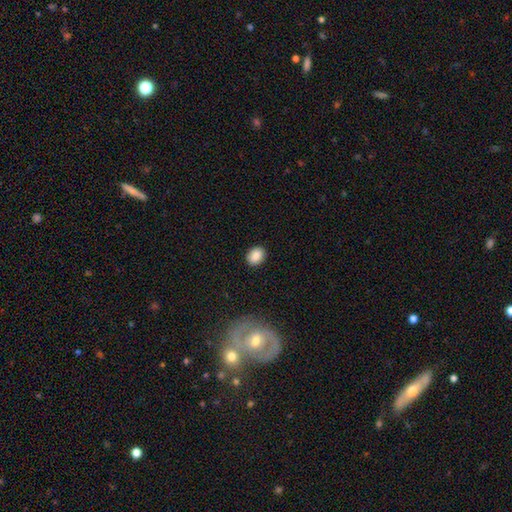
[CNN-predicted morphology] This is clearly a smooth galaxy (88%). How rounded: possibly in between (59%). Merging: clearly none (89%).